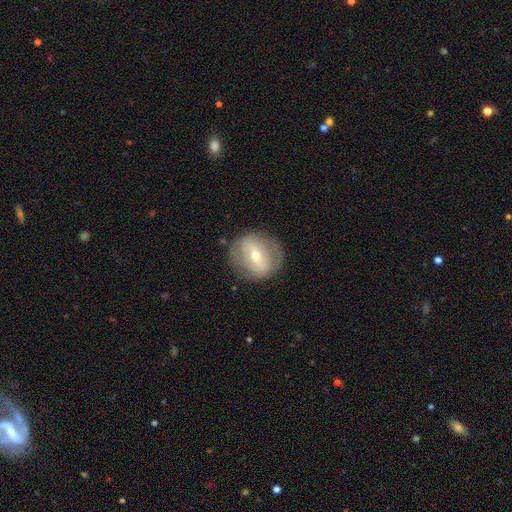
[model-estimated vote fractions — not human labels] This is possibly a featured or disk galaxy (55%). It is clearly not viewed edge-on (92%). Bar: marginally strong (40%). Spiral arm pattern: likely no (61%). Central bulge: possibly moderate (54%). Merging: likely none (78%).